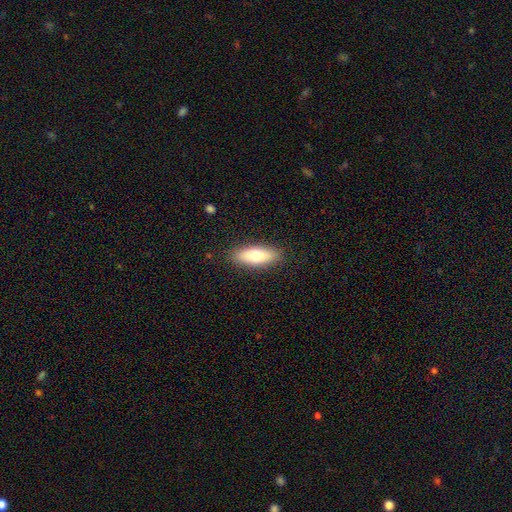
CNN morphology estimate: Smooth or featured: smooth — 71% (featured or disk — 22%)
How rounded: in between — 63% (cigar-shaped — 34%)
Merging: none — 88% (minor disturbance — 9%)